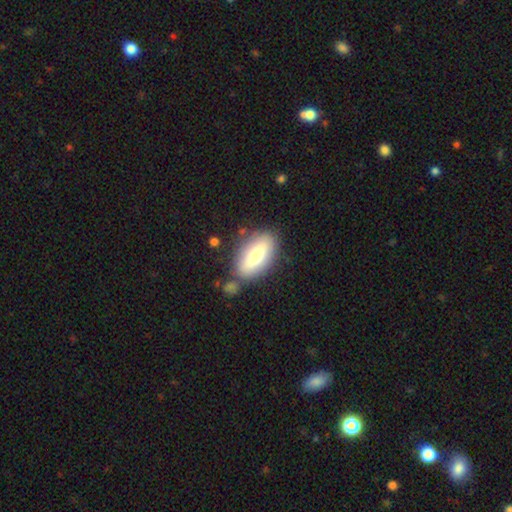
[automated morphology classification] Smooth or featured?
  - smooth: 65% *
  - featured or disk: 28%
  - star or artifact: 7%
How rounded?
  - in between: 82% *
  - cigar-shaped: 14%
  - round: 4%
Merging?
  - none: 74% *
  - minor disturbance: 13%
  - merger: 8%
  - major disturbance: 5%